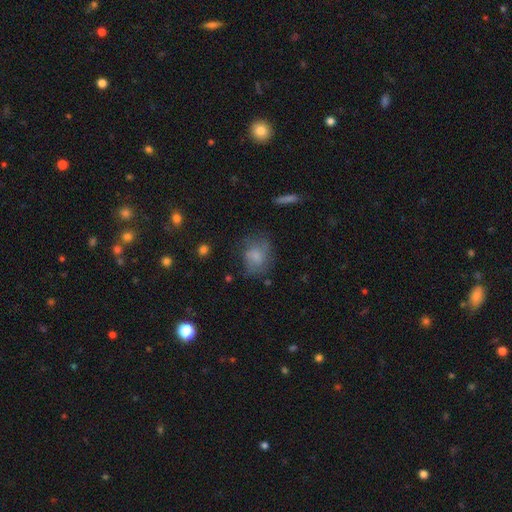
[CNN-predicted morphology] Overall: smooth (63%; featured or disk 26%). How rounded: round (51%; in between 47%). Merging: none (56%; minor disturbance 25%).